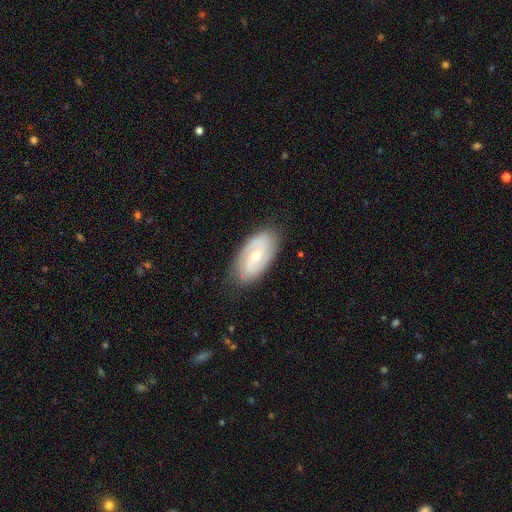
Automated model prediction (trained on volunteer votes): smooth-or-featured: featured or disk: 73% | smooth: 21% | star or artifact: 5%
  disk-edge-on: no: 95% | yes: 5%
    bar: weak: 47% | no: 40% | strong: 12%
    has-spiral-arms: yes: 90% | no: 10%
      spiral-winding: medium: 43% | tight: 39% | loose: 18%
      spiral-arm-count: 2: 84% | can't tell: 10% | 3: 2% | 1: 2% | 4: 1% | more than 4: 1%
    bulge-size: small: 49% | moderate: 47% | large: 2% | none: 2% | dominant: 1%
  merging: none: 84% | minor disturbance: 12% | major disturbance: 3% | merger: 1%